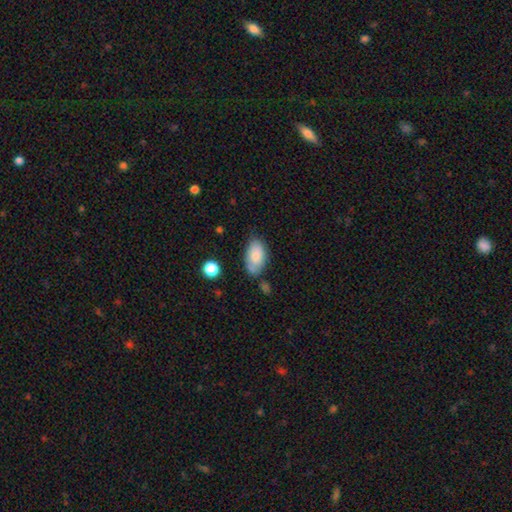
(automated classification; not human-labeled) Q: Smooth or featured?
A: smooth (79%); runner-up: featured or disk (14%)
Q: How rounded?
A: in between (94%); runner-up: round (4%)
Q: Merging?
A: none (60%); runner-up: minor disturbance (27%)